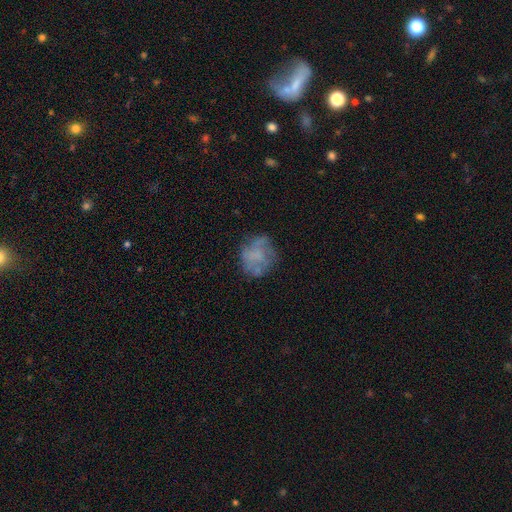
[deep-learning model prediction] smooth 46%, featured or disk 44%, star or artifact 11%. Down the decision tree: merging — none (61%).